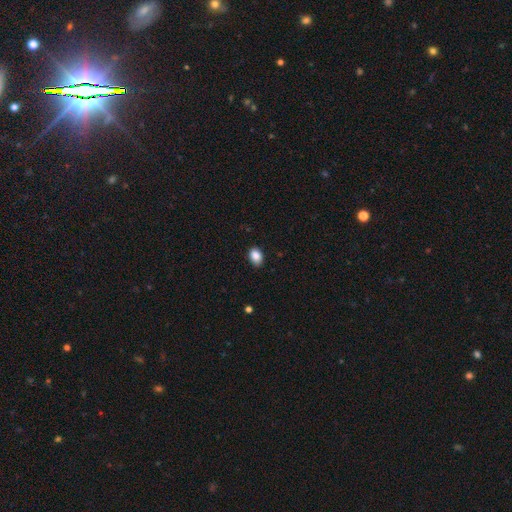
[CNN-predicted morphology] This is clearly a smooth galaxy (88%). How rounded: likely in between (79%). Merging: clearly none (86%).